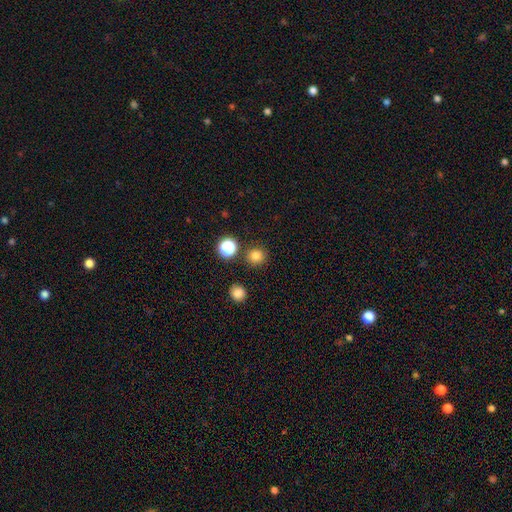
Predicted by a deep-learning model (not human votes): A smooth galaxy with no disk features (79%) that is round (92%).

Vote fractions:
- Smooth or featured? smooth: 79% / star or artifact: 16% / featured or disk: 5%
- How rounded? round: 92% / in between: 7% / cigar-shaped: 1%
- Merging? none: 87% / minor disturbance: 6% / merger: 4% / major disturbance: 2%